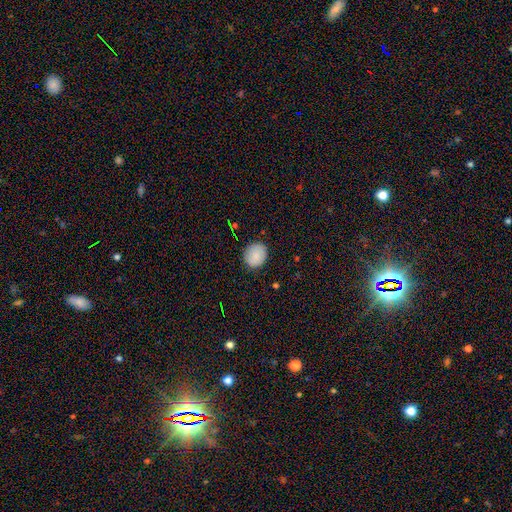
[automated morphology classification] Q: Smooth or featured?
A: smooth (87%); runner-up: star or artifact (8%)
Q: How rounded?
A: round (73%); runner-up: in between (26%)
Q: Merging?
A: none (86%); runner-up: minor disturbance (10%)